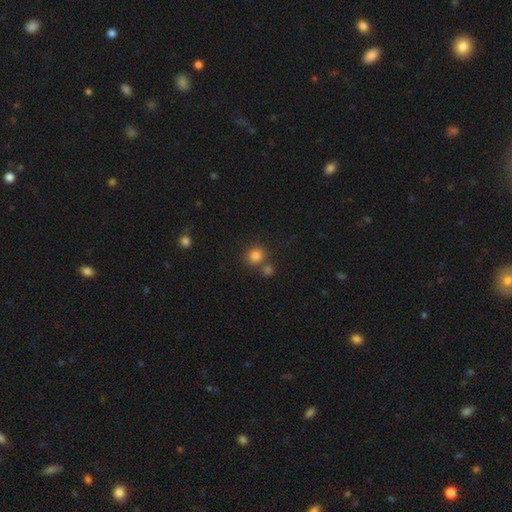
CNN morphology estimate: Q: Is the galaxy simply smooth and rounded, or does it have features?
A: smooth — 82%.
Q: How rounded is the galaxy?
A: round — 86%.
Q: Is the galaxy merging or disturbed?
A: none — 67%.